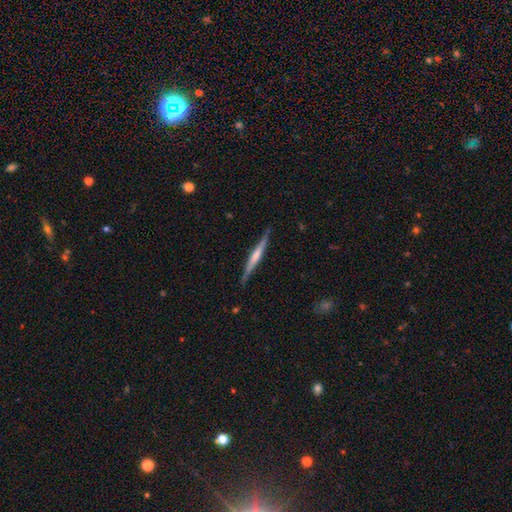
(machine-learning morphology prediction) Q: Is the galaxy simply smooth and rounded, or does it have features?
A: featured or disk — 63%.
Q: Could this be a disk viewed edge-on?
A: yes — 97%.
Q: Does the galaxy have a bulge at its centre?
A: rounded — 39%.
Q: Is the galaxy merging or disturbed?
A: none — 85%.